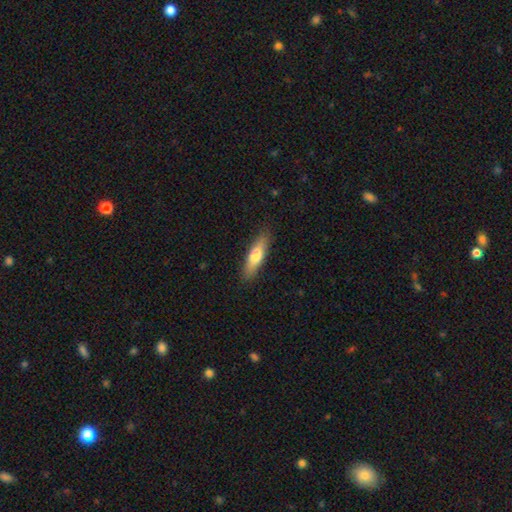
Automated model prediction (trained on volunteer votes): Morphology: type=smooth (68%); roundness=cigar-shaped (61%); merging=none (87%).